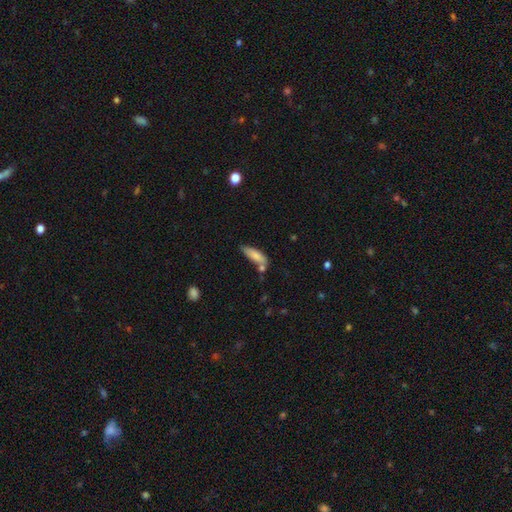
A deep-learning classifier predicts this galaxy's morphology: A smooth galaxy with no disk features (80%) that is in between round and cigar-shaped (52%). Merging: none (54%).